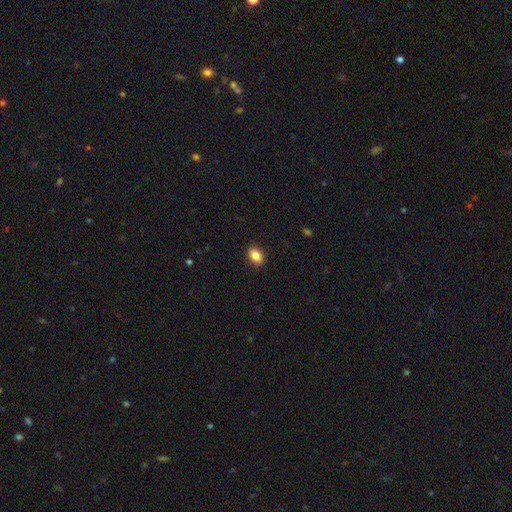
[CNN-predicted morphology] A smooth galaxy with no disk features (86%) that is in between round and cigar-shaped (82%).

Vote fractions:
- Smooth or featured? smooth: 86% / star or artifact: 8% / featured or disk: 5%
- How rounded? in between: 82% / round: 17% / cigar-shaped: 1%
- Merging? none: 90% / minor disturbance: 7% / major disturbance: 2% / merger: 1%